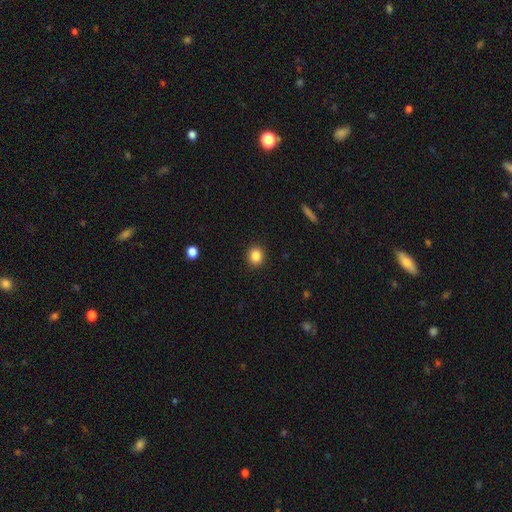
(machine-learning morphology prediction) A smooth galaxy with no disk features (86%) that is round (78%). Merging: none (91%).